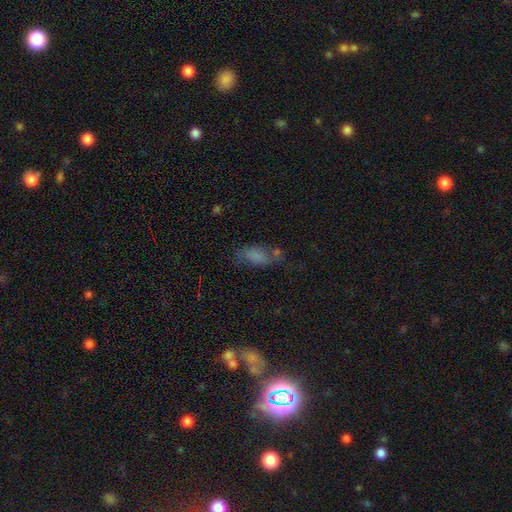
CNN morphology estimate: smooth_or_featured: smooth (p=0.69) [alt: featured or disk p=0.17]
how_rounded: in between (p=0.81) [alt: cigar-shaped p=0.14]
merging: none (p=0.44) [alt: minor disturbance p=0.24]